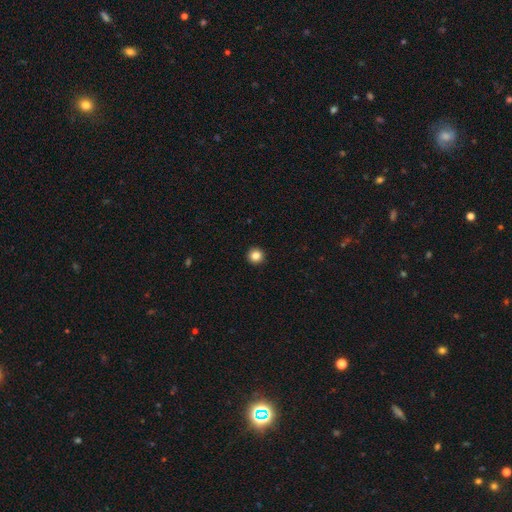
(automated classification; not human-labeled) Morphology: type=smooth (84%); roundness=round (96%); merging=none (94%).